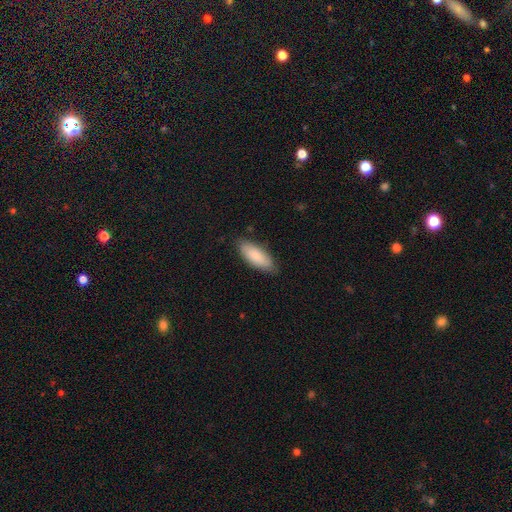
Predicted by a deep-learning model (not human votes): The model was most divided on "how rounded": in between: 78%, cigar-shaped: 20%, round: 1%. More confident: smooth or featured — smooth (85%); merging — none (81%).